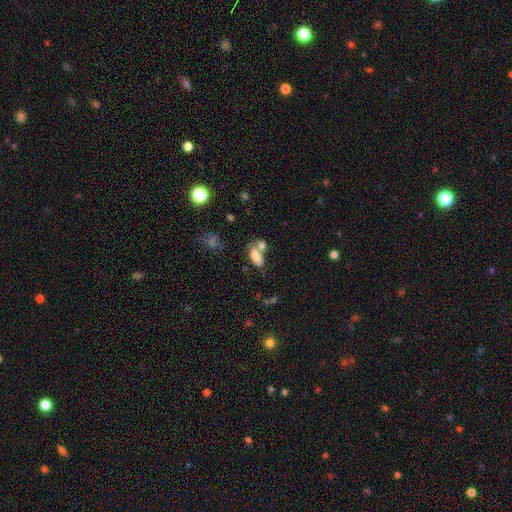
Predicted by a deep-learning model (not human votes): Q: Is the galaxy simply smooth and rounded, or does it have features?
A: smooth — 79%.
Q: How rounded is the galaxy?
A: in between — 88%.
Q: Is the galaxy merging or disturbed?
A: merger — 47%.